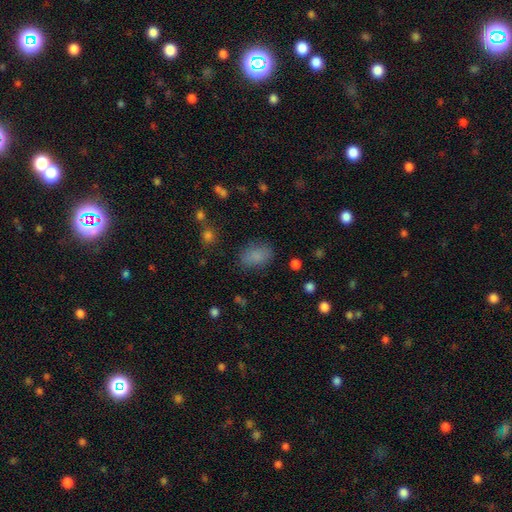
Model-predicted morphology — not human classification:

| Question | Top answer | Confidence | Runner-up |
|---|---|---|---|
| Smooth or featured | smooth | 83% | star or artifact (11%) |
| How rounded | in between | 84% | round (15%) |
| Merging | none | 79% | minor disturbance (14%) |